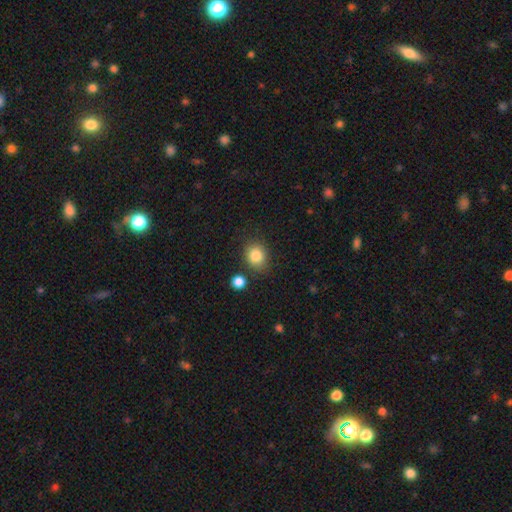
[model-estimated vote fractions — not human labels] Smooth or featured: smooth — 84% (star or artifact — 10%)
How rounded: round — 73% (in between — 27%)
Merging: none — 80% (minor disturbance — 11%)